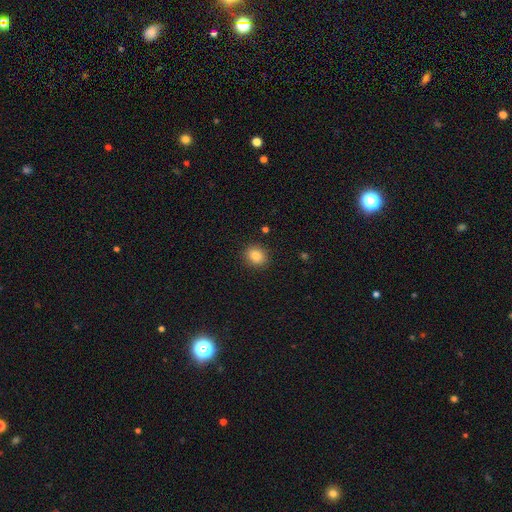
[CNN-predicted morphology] Smooth or featured? smooth (83%)
How rounded? round (69%)
Merging? none (90%)